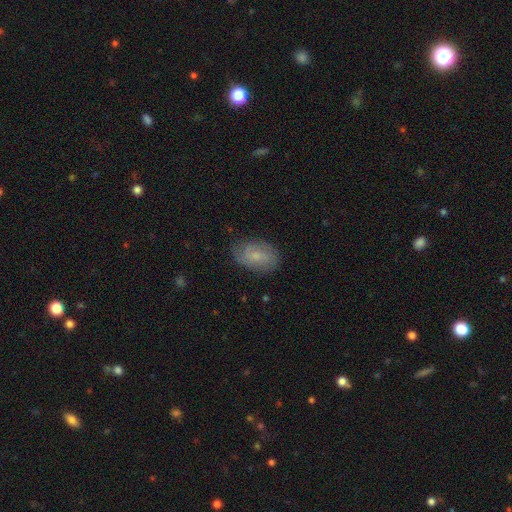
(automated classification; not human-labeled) This is possibly a smooth galaxy (52%). How rounded: clearly in between (88%). Merging: likely none (75%).